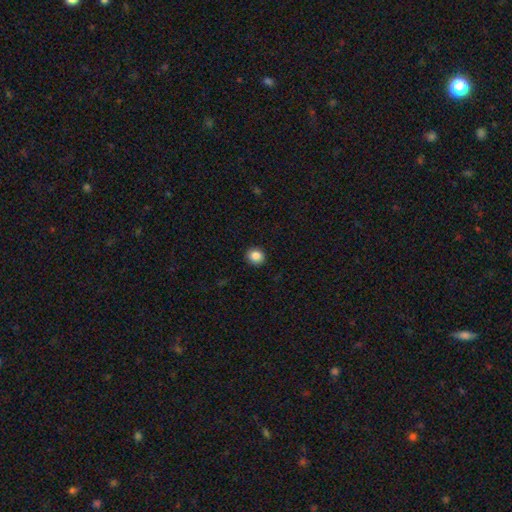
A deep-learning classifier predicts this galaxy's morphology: Smooth or featured? smooth (86%)
How rounded? round (85%)
Merging? none (91%)